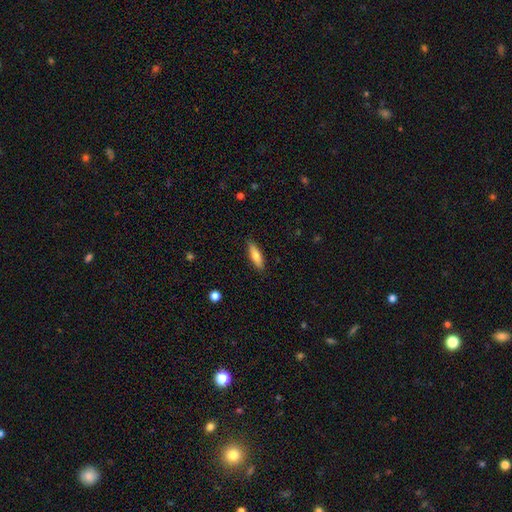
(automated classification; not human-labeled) Q: Smooth or featured?
A: smooth (69%); runner-up: featured or disk (24%)
Q: How rounded?
A: cigar-shaped (61%); runner-up: in between (37%)
Q: Merging?
A: none (89%); runner-up: minor disturbance (8%)